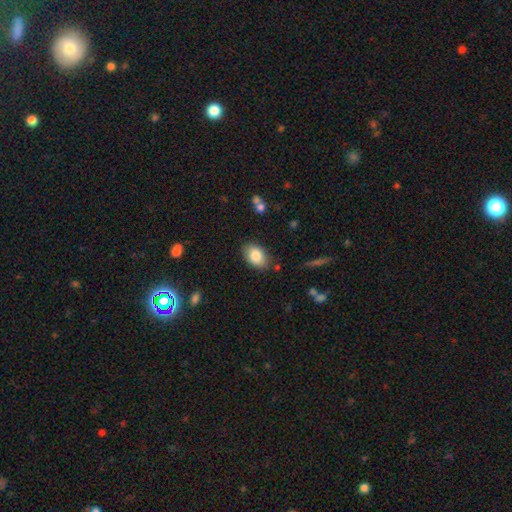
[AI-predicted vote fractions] Q: Smooth or featured?
A: smooth (83%); runner-up: featured or disk (9%)
Q: How rounded?
A: in between (88%); runner-up: round (10%)
Q: Merging?
A: none (83%); runner-up: minor disturbance (12%)